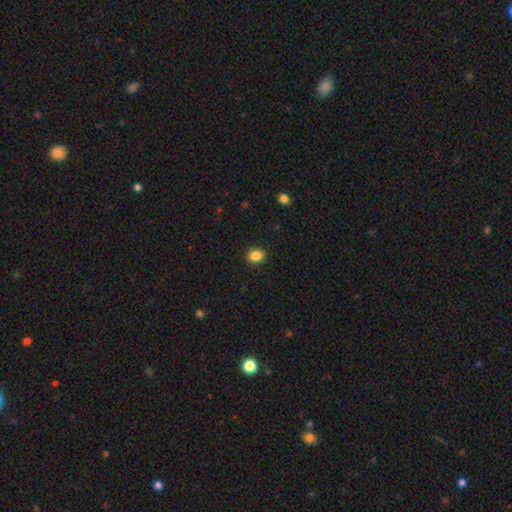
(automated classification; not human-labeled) This appears to be a smooth galaxy with no disk features (86%) that is round (55%). Merging: none (90%).